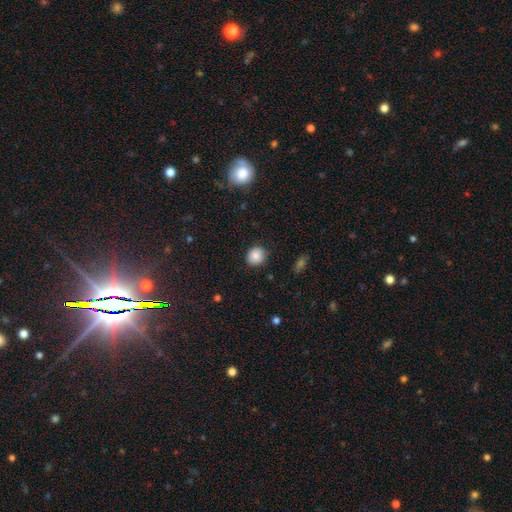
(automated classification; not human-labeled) A smooth galaxy with no disk features (85%) that is round (84%). Merging: none (88%).